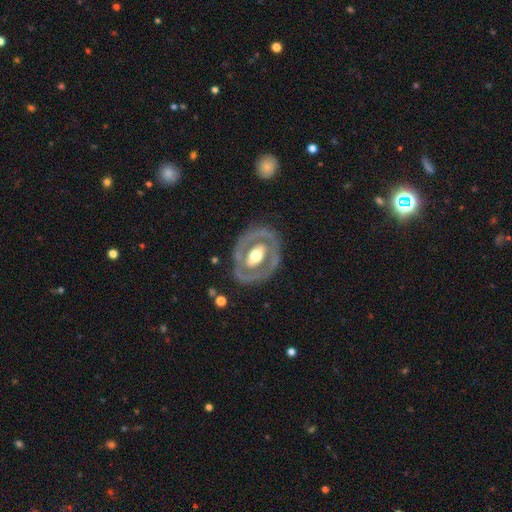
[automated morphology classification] smooth_or_featured: featured or disk (p=0.71) [alt: smooth p=0.25]
disk_edge_on: no (p=0.93) [alt: yes p=0.07]
bar: no (p=0.50) [alt: weak p=0.26]
has_spiral_arms: no (p=0.73) [alt: yes p=0.27]
bulge_size: moderate (p=0.59) [alt: large p=0.31]
merging: none (p=0.76) [alt: minor disturbance p=0.15]